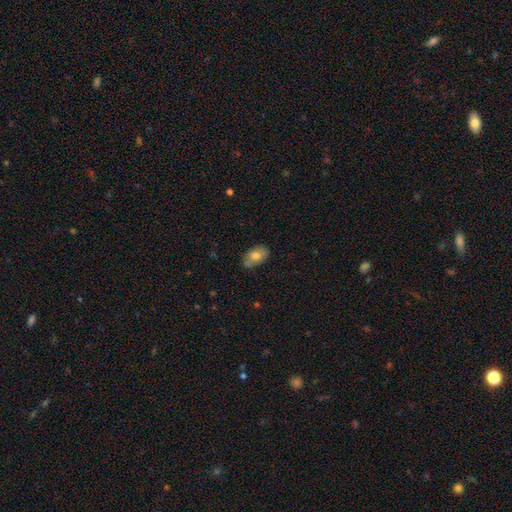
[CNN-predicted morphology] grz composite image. It shows a smooth galaxy with no disk features (75%) that is in between round and cigar-shaped (91%). Merging: none (70%).